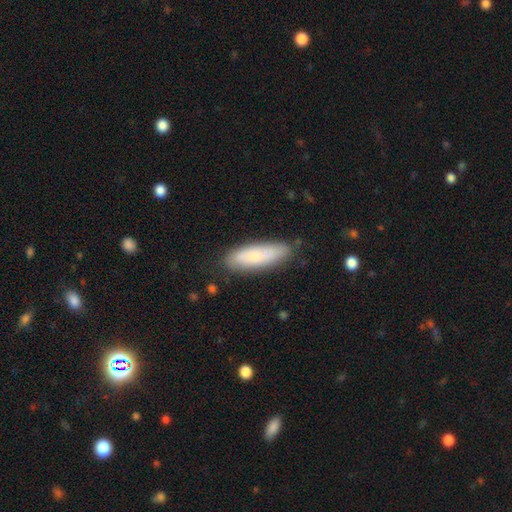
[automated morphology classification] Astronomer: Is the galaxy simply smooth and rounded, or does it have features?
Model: smooth — 74%.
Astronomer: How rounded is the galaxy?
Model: in between — 51% (runner-up: cigar-shaped, 48%).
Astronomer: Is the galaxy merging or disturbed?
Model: none — 79%.